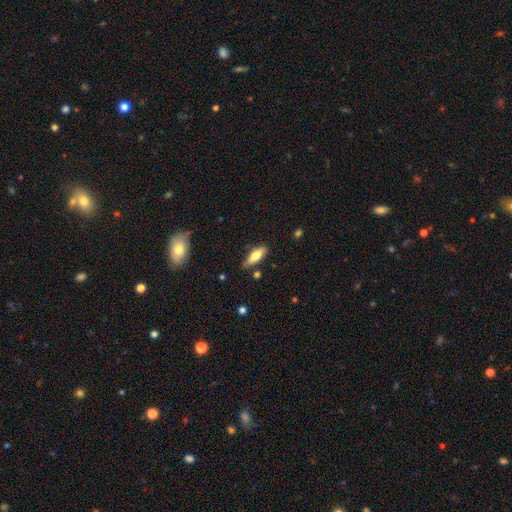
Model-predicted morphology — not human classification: smooth_or_featured: smooth (p=0.68) [alt: featured or disk p=0.26]
how_rounded: in between (p=0.67) [alt: cigar-shaped p=0.31]
merging: none (p=0.78) [alt: minor disturbance p=0.15]